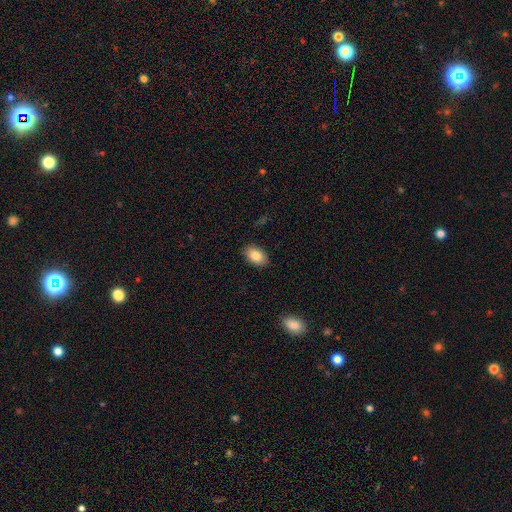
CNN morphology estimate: The model was most divided on "smooth or featured": smooth: 84%, featured or disk: 9%, star or artifact: 7%. More confident: how rounded — in between (90%); merging — none (88%).